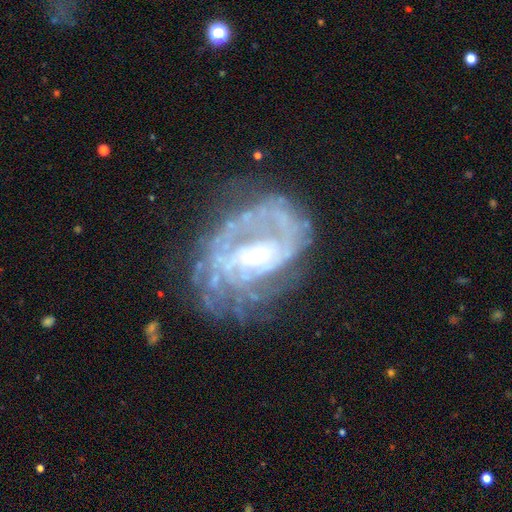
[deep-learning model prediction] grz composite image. It shows a featured or disk galaxy (83%) with no bar (50%), tight (54%) spiral arms (82%) and a small central bulge (56%). Merging: none (56%).